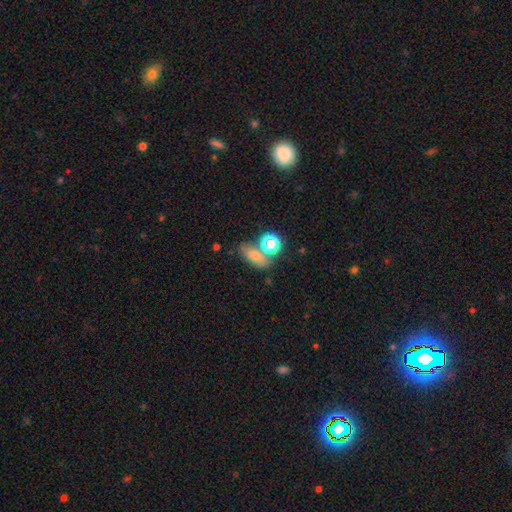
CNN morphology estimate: This appears to be a smooth galaxy with no disk features (69%) that is in between round and cigar-shaped (70%). Merging: none (53%).